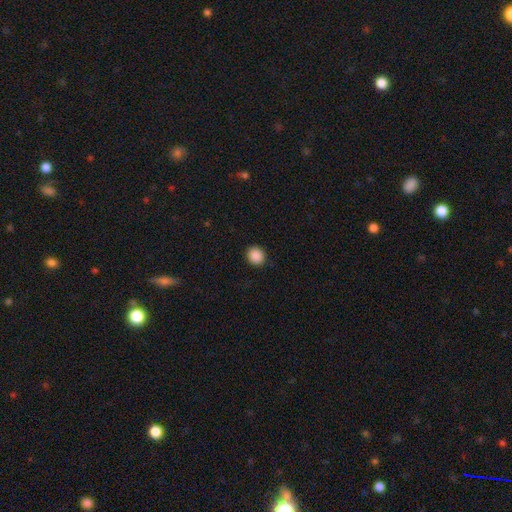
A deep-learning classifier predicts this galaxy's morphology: Smooth or featured: smooth — 88% (star or artifact — 9%)
How rounded: round — 85% (in between — 14%)
Merging: none — 91% (minor disturbance — 6%)